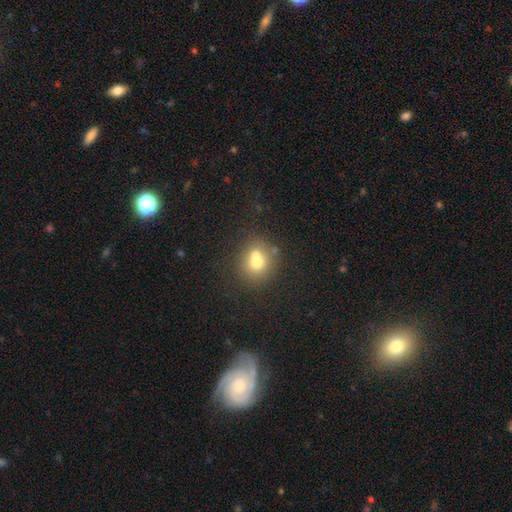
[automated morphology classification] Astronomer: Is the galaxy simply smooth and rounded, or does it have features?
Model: smooth — 67%.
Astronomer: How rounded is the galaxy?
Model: round — 74%.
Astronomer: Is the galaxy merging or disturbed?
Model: none — 43% (runner-up: merger, 42%).